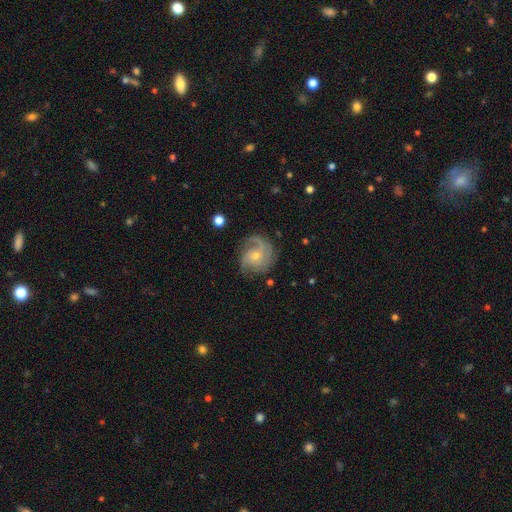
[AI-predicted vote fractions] Smooth or featured?
  - featured or disk: 84% *
  - smooth: 9%
  - star or artifact: 7%
Edge-on disk?
  - no: 98% *
  - yes: 2%
Bar?
  - no: 75% *
  - weak: 21%
  - strong: 4%
Spiral arms?
  - yes: 96% *
  - no: 4%
Spiral winding?
  - tight: 44% *
  - medium: 42%
  - loose: 14%
Spiral arm count?
  - 3: 42% *
  - 2: 22%
  - can't tell: 15%
  - 4: 8%
  - 1: 7%
  - more than 4: 5%
Bulge size?
  - small: 60% *
  - moderate: 36%
  - none: 2%
  - large: 1%
  - dominant: 1%
Merging?
  - none: 73% *
  - minor disturbance: 18%
  - major disturbance: 7%
  - merger: 1%